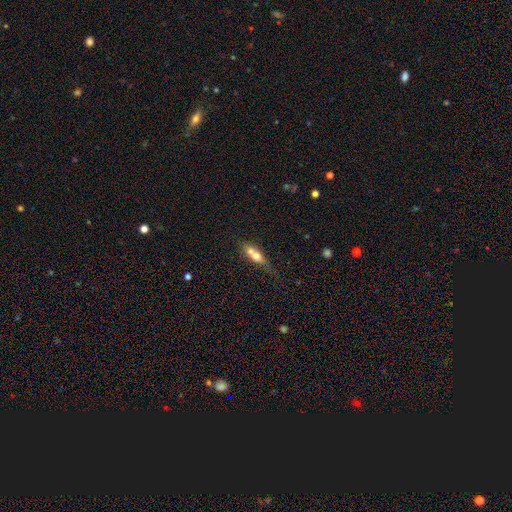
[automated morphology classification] Q: Smooth or featured?
A: smooth (59%); runner-up: featured or disk (32%)
Q: How rounded?
A: in between (57%); runner-up: cigar-shaped (28%)
Q: Merging?
A: merger (58%); runner-up: none (25%)